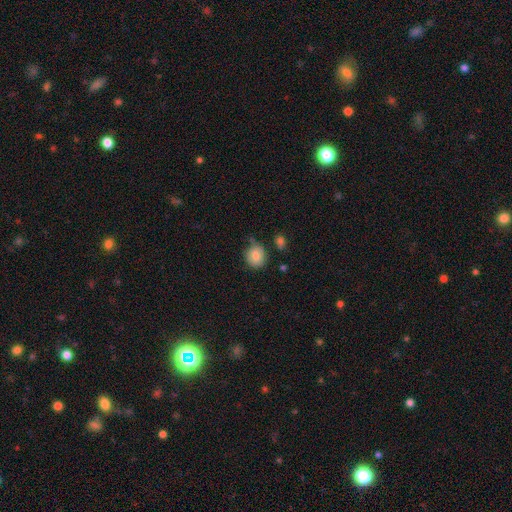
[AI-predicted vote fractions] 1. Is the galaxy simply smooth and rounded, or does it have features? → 83% smooth, 9% star or artifact, 9% featured or disk.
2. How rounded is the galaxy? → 77% round, 22% in between, 1% cigar-shaped.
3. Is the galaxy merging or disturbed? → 69% none, 22% minor disturbance, 5% merger, 4% major disturbance.